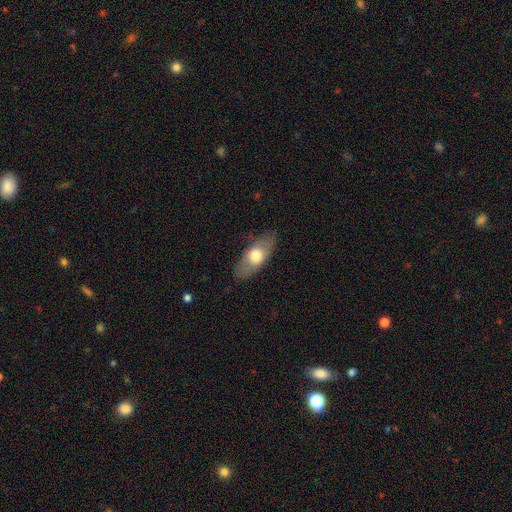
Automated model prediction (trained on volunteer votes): smooth-or-featured: smooth: 62% | featured or disk: 32% | star or artifact: 6%
  how-rounded: in between: 79% | cigar-shaped: 16% | round: 5%
  merging: none: 80% | minor disturbance: 15% | major disturbance: 4% | merger: 1%